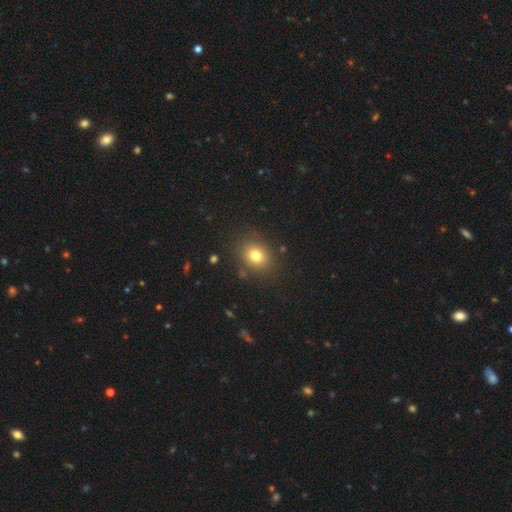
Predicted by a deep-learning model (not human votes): A smooth galaxy with no disk features (77%) that is round (55%).

Vote fractions:
- Smooth or featured? smooth: 77% / star or artifact: 13% / featured or disk: 10%
- How rounded? round: 55% / in between: 44% / cigar-shaped: 1%
- Merging? none: 82% / minor disturbance: 11% / major disturbance: 4% / merger: 3%